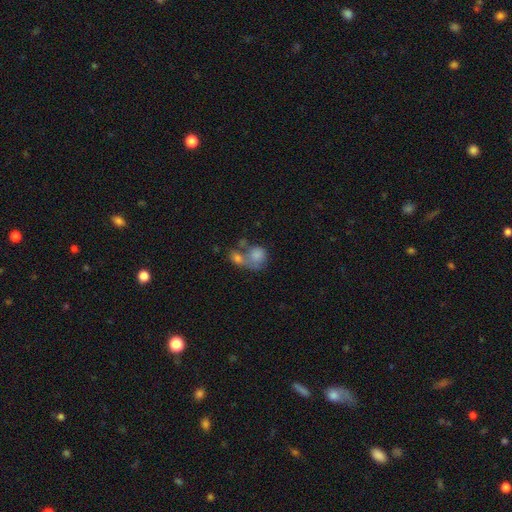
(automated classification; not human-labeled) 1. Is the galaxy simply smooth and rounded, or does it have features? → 75% smooth, 16% featured or disk, 9% star or artifact.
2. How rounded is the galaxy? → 66% round, 32% in between, 1% cigar-shaped.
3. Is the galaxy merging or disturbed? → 60% merger, 20% none, 11% major disturbance, 9% minor disturbance.